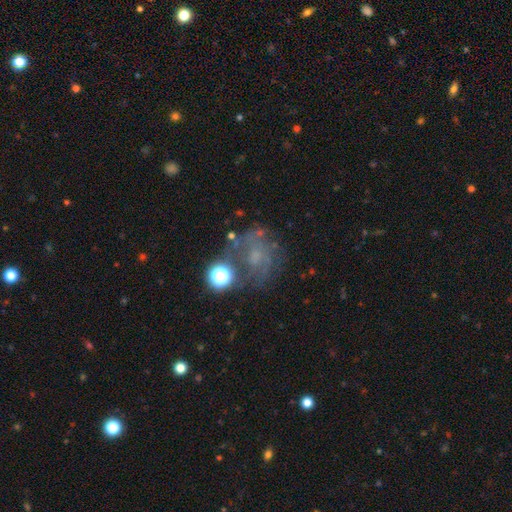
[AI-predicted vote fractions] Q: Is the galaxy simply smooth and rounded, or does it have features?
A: featured or disk — 49%.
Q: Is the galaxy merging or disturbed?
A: none — 51%.